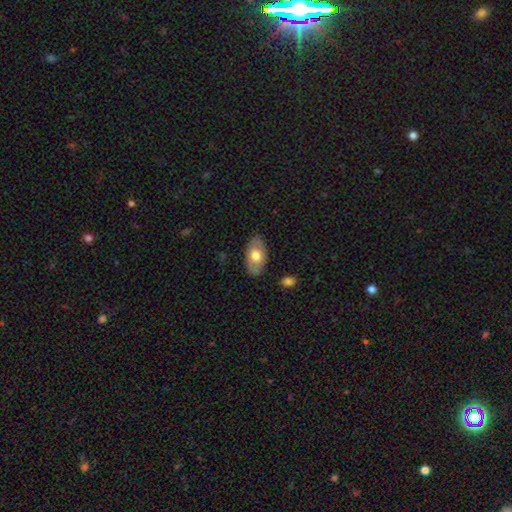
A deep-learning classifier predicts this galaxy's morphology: smooth-or-featured: smooth: 61% | featured or disk: 34% | star or artifact: 6%
  how-rounded: in between: 93% | round: 5% | cigar-shaped: 2%
  merging: none: 81% | minor disturbance: 14% | major disturbance: 3% | merger: 1%